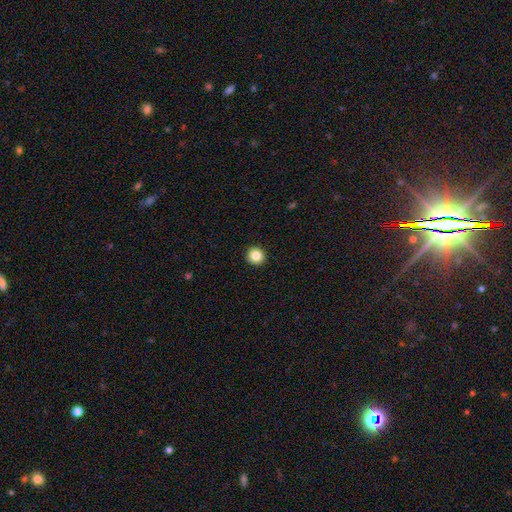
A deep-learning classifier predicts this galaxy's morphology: smooth-or-featured: smooth: 85% | star or artifact: 10% | featured or disk: 5%
  how-rounded: round: 94% | in between: 5% | cigar-shaped: 1%
  merging: none: 93% | minor disturbance: 4% | major disturbance: 1% | merger: 1%